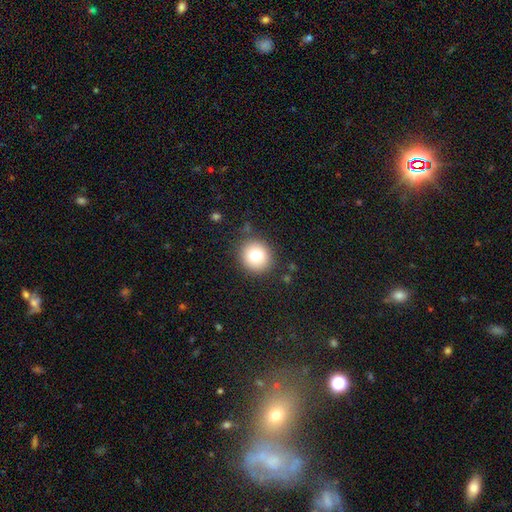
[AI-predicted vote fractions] smooth-or-featured: smooth: 77% | star or artifact: 12% | featured or disk: 11%
  how-rounded: round: 90% | in between: 9% | cigar-shaped: 1%
  merging: none: 87% | minor disturbance: 8% | major disturbance: 3% | merger: 2%